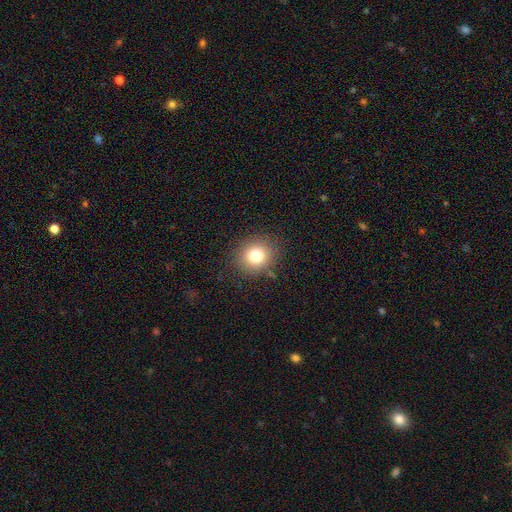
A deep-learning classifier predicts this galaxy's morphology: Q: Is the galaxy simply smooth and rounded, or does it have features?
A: smooth — 78%.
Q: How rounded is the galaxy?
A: round — 81%.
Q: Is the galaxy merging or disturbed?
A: none — 86%.